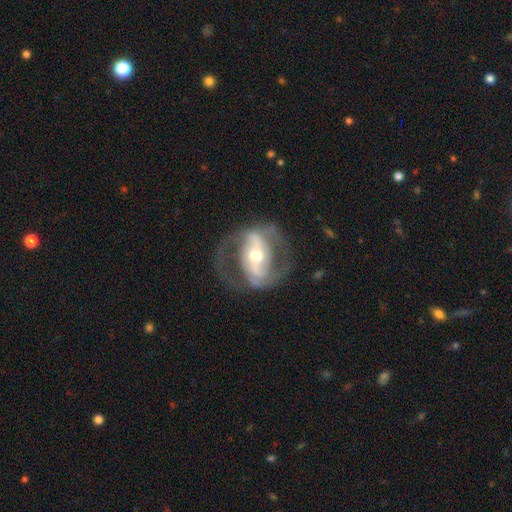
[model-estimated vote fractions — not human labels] Smooth or featured? featured or disk (86%)
Edge-on disk? no (94%)
Bar? strong (60%)
Spiral arms? yes (85%)
Spiral winding? medium (50%)
Spiral arm count? 2 (86%)
Bulge size? moderate (66%)
Merging? none (66%)